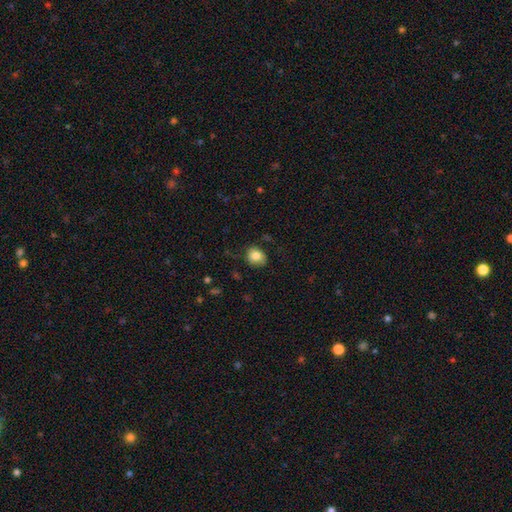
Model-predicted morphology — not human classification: This is clearly a smooth galaxy (83%). How rounded: likely round (67%). Merging: likely none (77%).